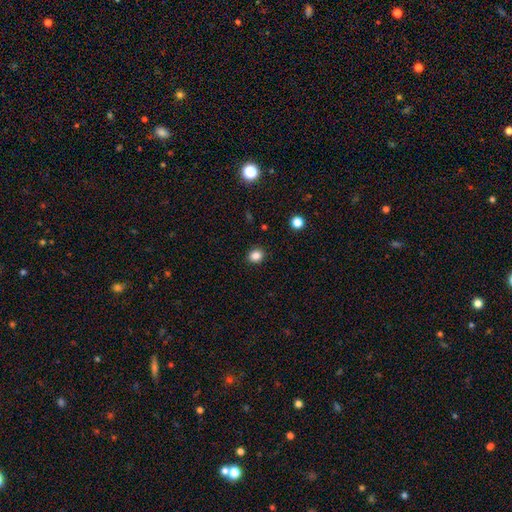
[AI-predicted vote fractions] Q: Smooth or featured?
A: smooth (85%); runner-up: star or artifact (12%)
Q: How rounded?
A: round (65%); runner-up: in between (34%)
Q: Merging?
A: none (90%); runner-up: minor disturbance (7%)